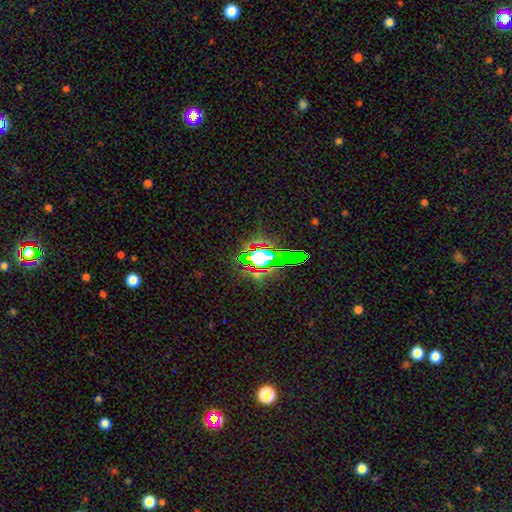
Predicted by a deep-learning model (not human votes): smooth-or-featured: star or artifact: 61% | smooth: 24% | featured or disk: 15%